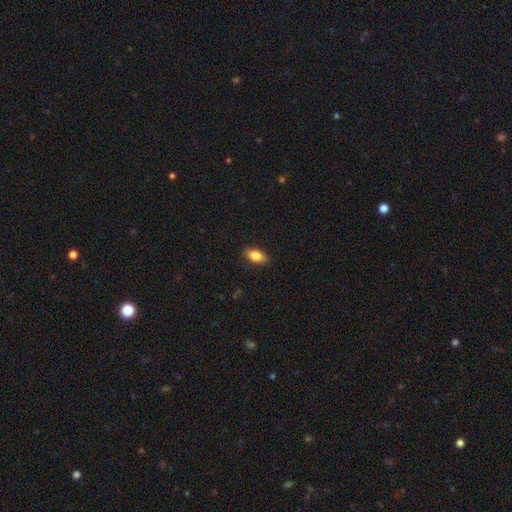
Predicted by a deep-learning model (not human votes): Smooth or featured?
  - smooth: 83% *
  - featured or disk: 10%
  - star or artifact: 7%
How rounded?
  - in between: 88% *
  - cigar-shaped: 6%
  - round: 6%
Merging?
  - none: 86% *
  - minor disturbance: 10%
  - major disturbance: 2%
  - merger: 1%